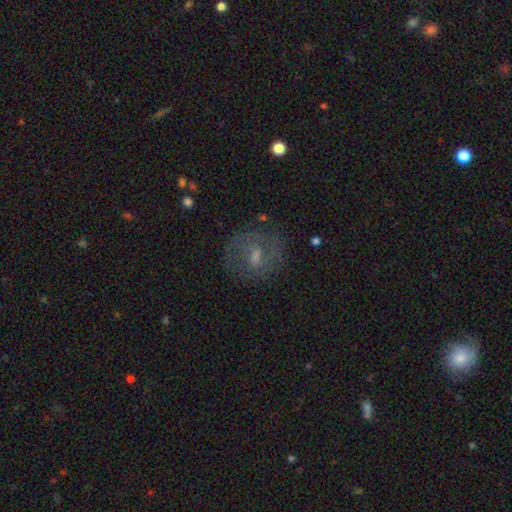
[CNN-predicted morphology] Smooth or featured?
  - featured or disk: 53% *
  - smooth: 35%
  - star or artifact: 12%
Edge-on disk?
  - no: 95% *
  - yes: 5%
Bar?
  - weak: 51% *
  - no: 33%
  - strong: 16%
Spiral arms?
  - yes: 53% *
  - no: 47%
Bulge size?
  - moderate: 43% *
  - small: 34%
  - none: 15%
  - large: 6%
  - dominant: 1%
Merging?
  - none: 70% *
  - minor disturbance: 17%
  - major disturbance: 11%
  - merger: 2%